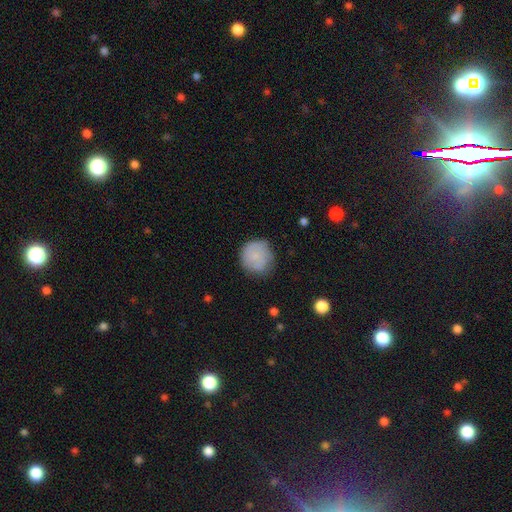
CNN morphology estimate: Q: Smooth or featured?
A: smooth (73%); runner-up: featured or disk (20%)
Q: How rounded?
A: round (91%); runner-up: in between (8%)
Q: Merging?
A: none (71%); runner-up: minor disturbance (22%)